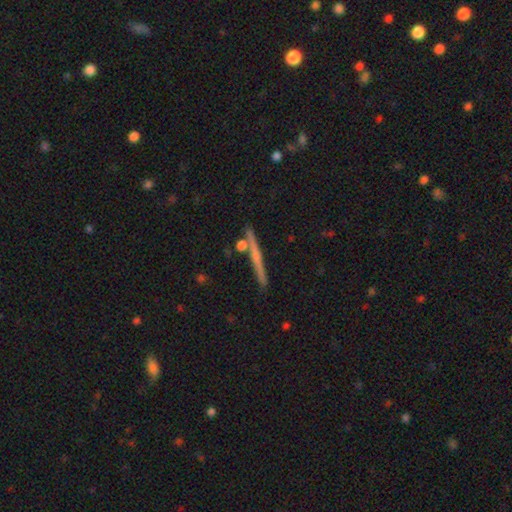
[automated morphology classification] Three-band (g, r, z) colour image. It shows a featured or disk galaxy (52%) viewed edge-on (97%) with no central bulge (71%). Merging: none (86%).